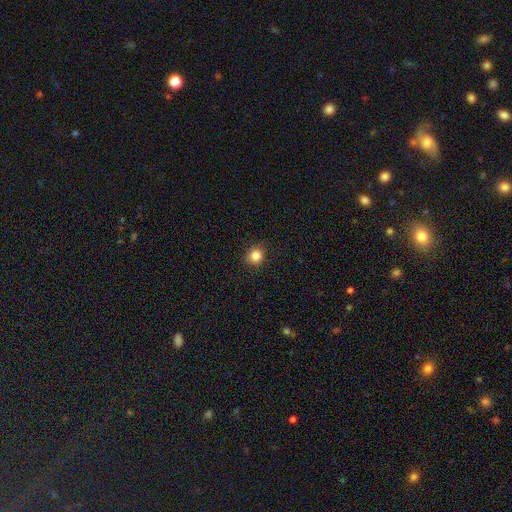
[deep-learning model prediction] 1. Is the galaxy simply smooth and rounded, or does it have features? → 84% smooth, 12% star or artifact, 5% featured or disk.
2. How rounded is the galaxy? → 83% round, 16% in between, 1% cigar-shaped.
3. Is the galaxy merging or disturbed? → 89% none, 8% minor disturbance, 2% major disturbance, 1% merger.